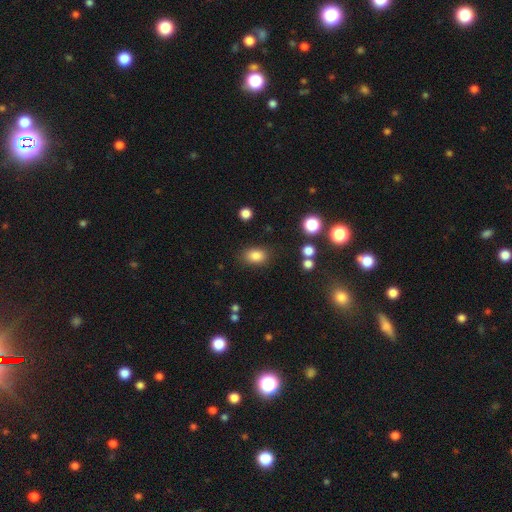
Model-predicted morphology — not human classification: smooth-or-featured: smooth: 85% | star or artifact: 10% | featured or disk: 5%
  how-rounded: in between: 77% | round: 21% | cigar-shaped: 1%
  merging: none: 82% | minor disturbance: 12% | major disturbance: 4% | merger: 2%